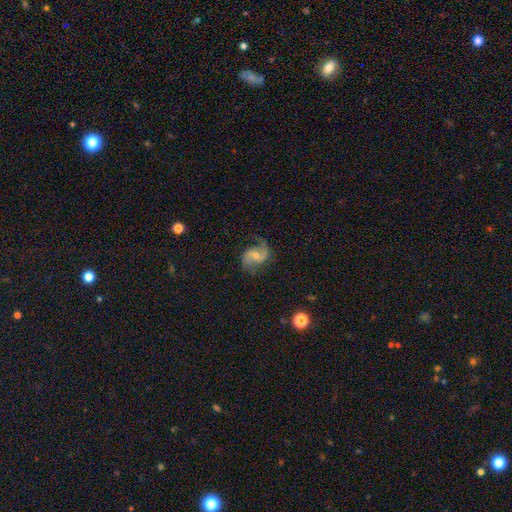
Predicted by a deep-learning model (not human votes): Morphology: type=featured or disk (83%); edge-on=no (98%); bar=weak (46%); spiral arms=yes (96%); winding=loose (46%); arm count=2 (88%); bulge=small (46%); merging=none (70%).